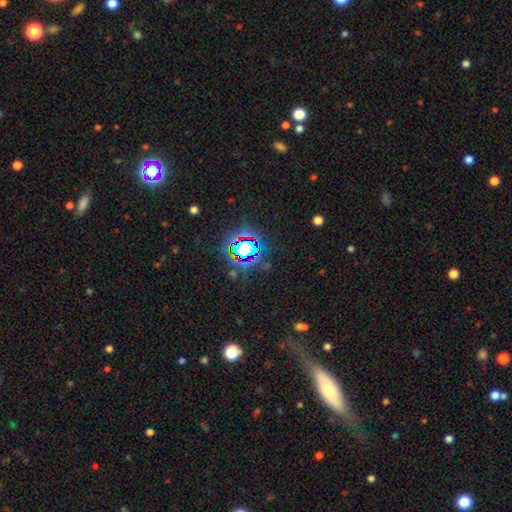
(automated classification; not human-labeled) Smooth or featured?
  - star or artifact: 67% *
  - smooth: 17%
  - featured or disk: 16%